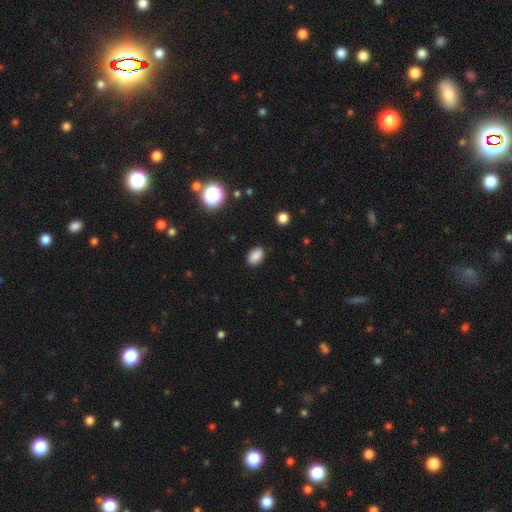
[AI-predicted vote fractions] Smooth or featured?
  - smooth: 85% *
  - star or artifact: 10%
  - featured or disk: 4%
How rounded?
  - in between: 85% *
  - round: 13%
  - cigar-shaped: 1%
Merging?
  - none: 87% *
  - minor disturbance: 10%
  - major disturbance: 2%
  - merger: 1%